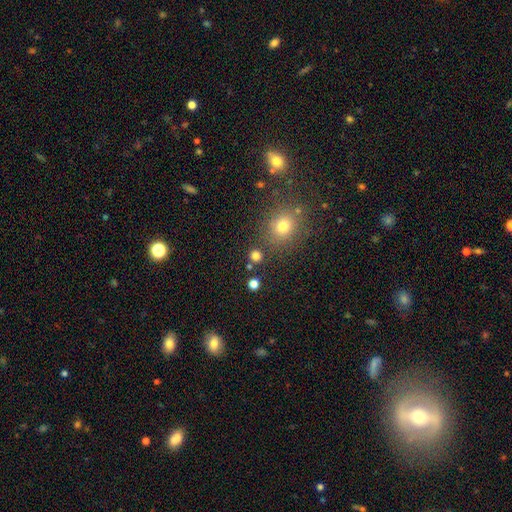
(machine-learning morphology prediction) This appears to be a smooth galaxy with no disk features (77%) that is round (89%). Merging: none (81%).